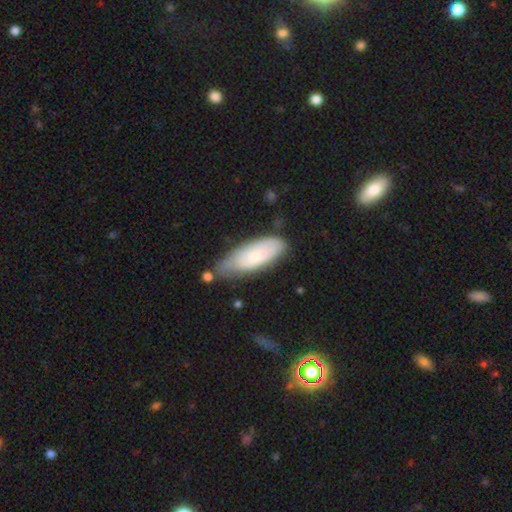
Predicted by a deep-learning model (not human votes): Morphology: type=smooth (70%); roundness=in between (67%); merging=none (53%).